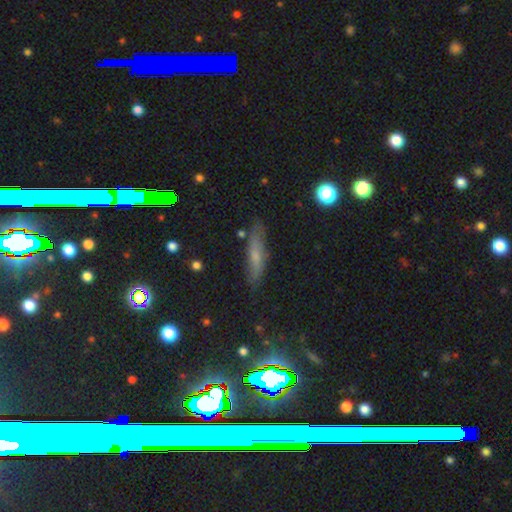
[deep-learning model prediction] Smooth or featured? Predicted: smooth (p=0.54). How rounded? Predicted: cigar-shaped (p=0.76). Merging? Predicted: none (p=0.80).